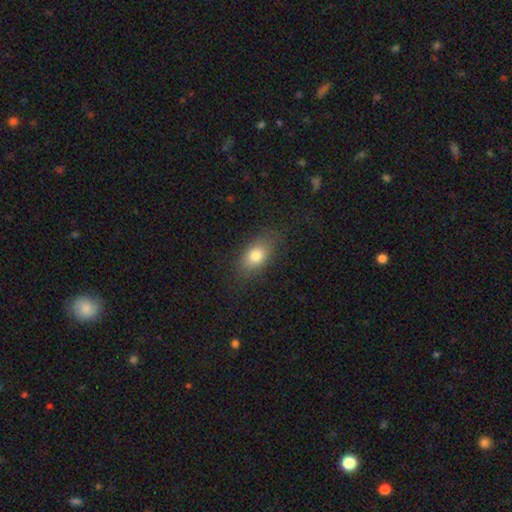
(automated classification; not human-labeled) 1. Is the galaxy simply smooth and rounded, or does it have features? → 78% smooth, 12% featured or disk, 9% star or artifact.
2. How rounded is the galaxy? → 83% in between, 13% round, 4% cigar-shaped.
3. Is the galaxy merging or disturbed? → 81% none, 13% minor disturbance, 5% major disturbance, 1% merger.